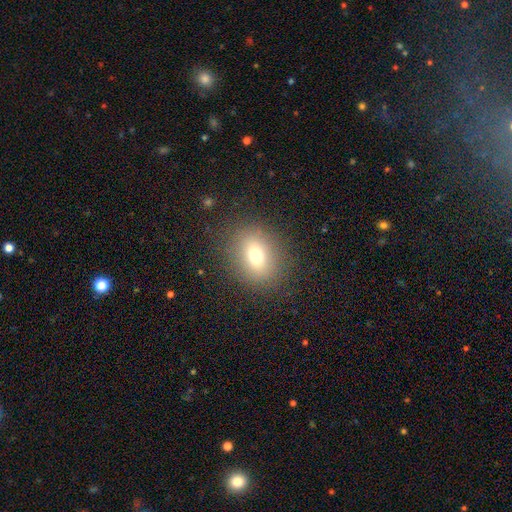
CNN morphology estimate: The model was most divided on "how rounded": round: 51%, in between: 47%, cigar-shaped: 2%. More confident: merging — none (85%); smooth or featured — smooth (70%).